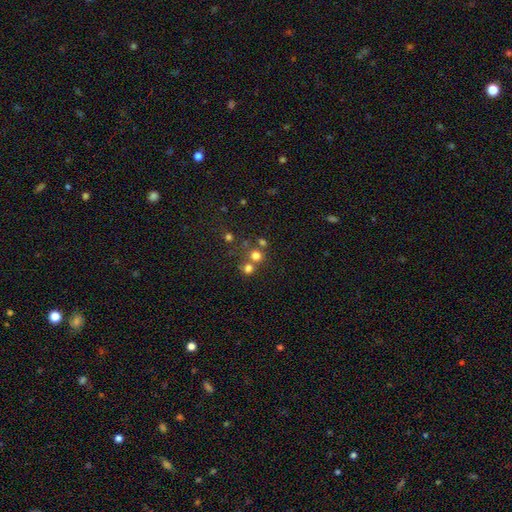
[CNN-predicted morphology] The model was most divided on "merging": none: 58%, merger: 32%, minor disturbance: 6%, major disturbance: 4%. More confident: how rounded — round (89%); smooth or featured — smooth (70%).